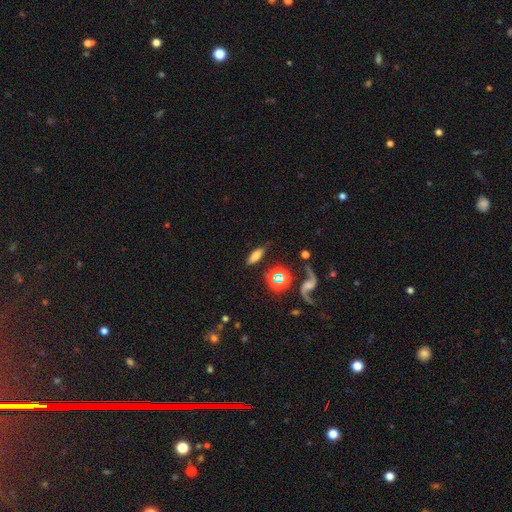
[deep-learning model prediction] Smooth or featured: smooth — 58% (featured or disk — 28%)
How rounded: in between — 68% (cigar-shaped — 25%)
Merging: none — 79% (minor disturbance — 13%)